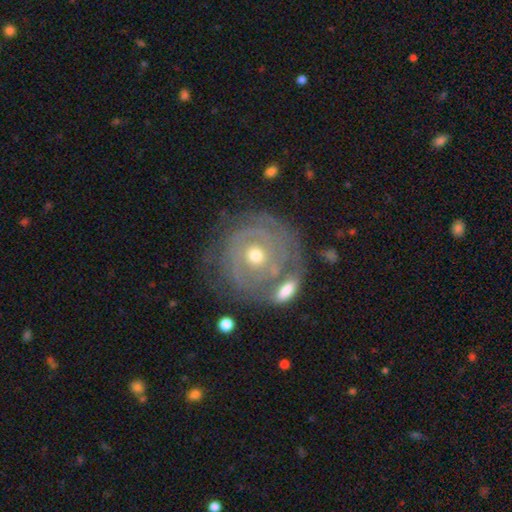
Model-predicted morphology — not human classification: Smooth or featured? featured or disk (76%)
Edge-on disk? no (97%)
Bar? no (83%)
Spiral arms? yes (77%)
Spiral winding? tight (81%)
Spiral arm count? can't tell (47%)
Bulge size? moderate (61%)
Merging? none (61%)